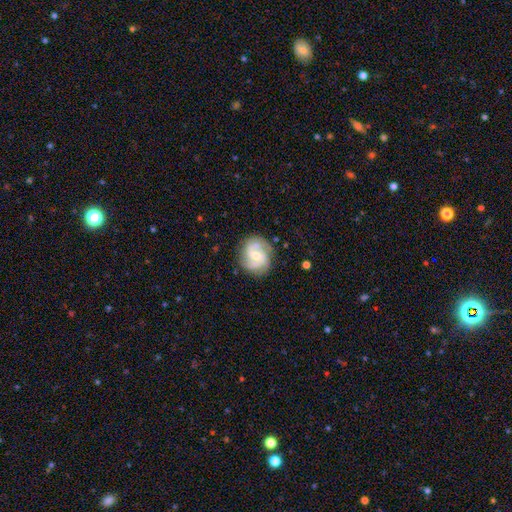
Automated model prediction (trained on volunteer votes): featured or disk 81%, smooth 13%, star or artifact 5%. Down the decision tree: edge-on disk — no (98%); bar — weak (48%); spiral arms — yes (95%); spiral arm count — 2 (85%); spiral winding — medium (52%); bulge size — moderate (50%); merging — none (79%).